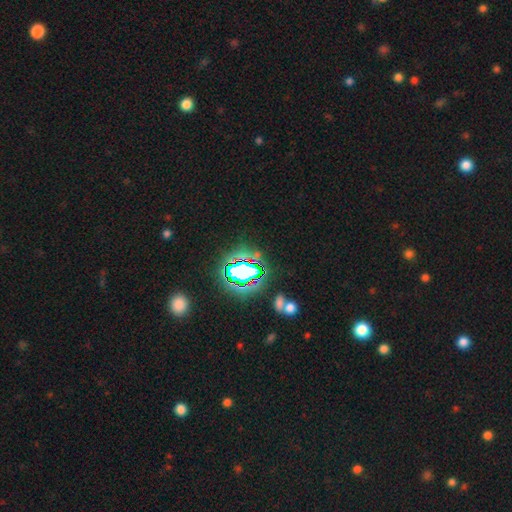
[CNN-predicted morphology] Overall: star or artifact (73%).